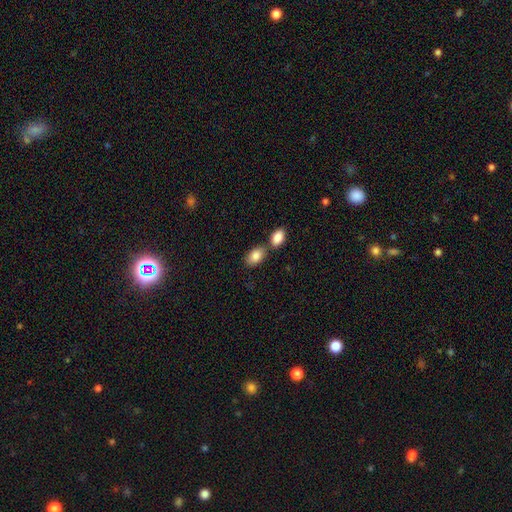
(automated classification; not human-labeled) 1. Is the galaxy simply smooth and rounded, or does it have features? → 86% smooth, 7% featured or disk, 7% star or artifact.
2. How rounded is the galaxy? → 91% in between, 8% round, 2% cigar-shaped.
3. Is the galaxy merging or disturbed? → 52% none, 35% merger, 10% minor disturbance, 3% major disturbance.